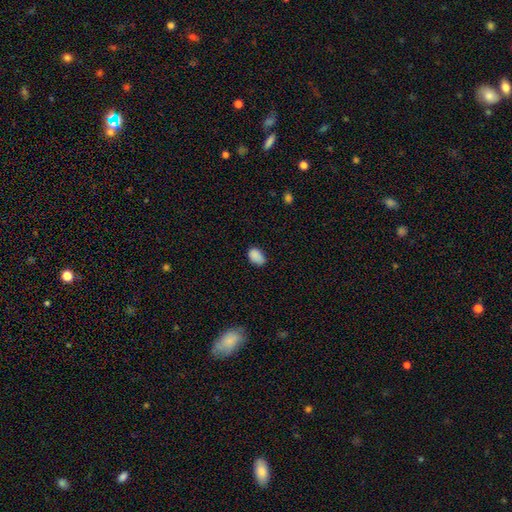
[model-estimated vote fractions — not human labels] Smooth or featured? Predicted: smooth (p=0.87). How rounded? Predicted: in between (p=0.86). Merging? Predicted: none (p=0.72).